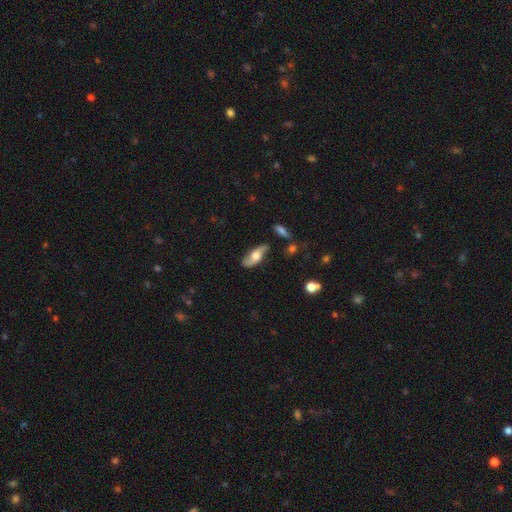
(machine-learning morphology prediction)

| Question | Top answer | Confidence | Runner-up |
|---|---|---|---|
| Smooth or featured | featured or disk | 61% | smooth (32%) |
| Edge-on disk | no | 77% | yes (23%) |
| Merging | none | 73% | minor disturbance (18%) |